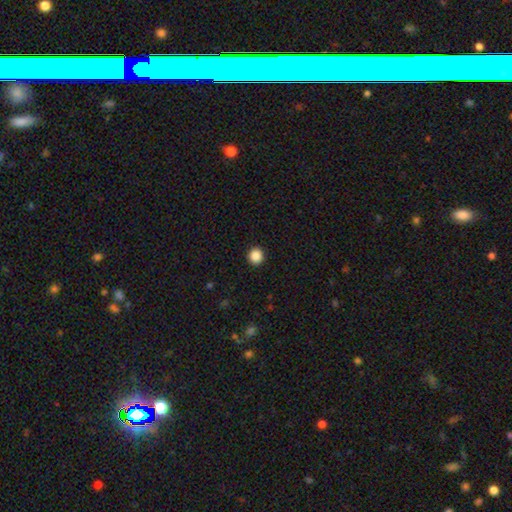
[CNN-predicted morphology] Smooth or featured: smooth — 88% (star or artifact — 10%)
How rounded: round — 93% (in between — 6%)
Merging: none — 93% (minor disturbance — 4%)